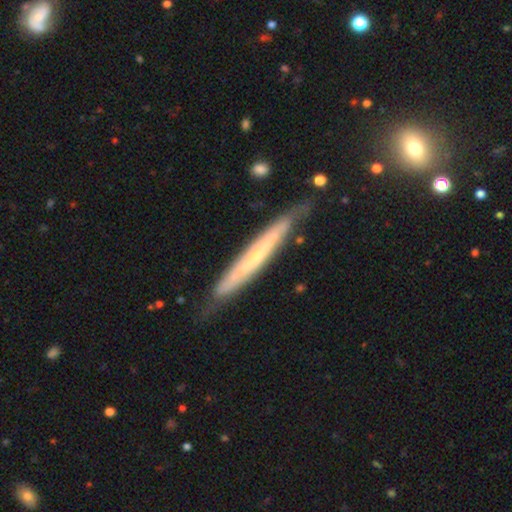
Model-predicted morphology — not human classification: A featured or disk galaxy (66%) viewed edge-on (83%) with no central bulge (50%). Merging: none (76%).